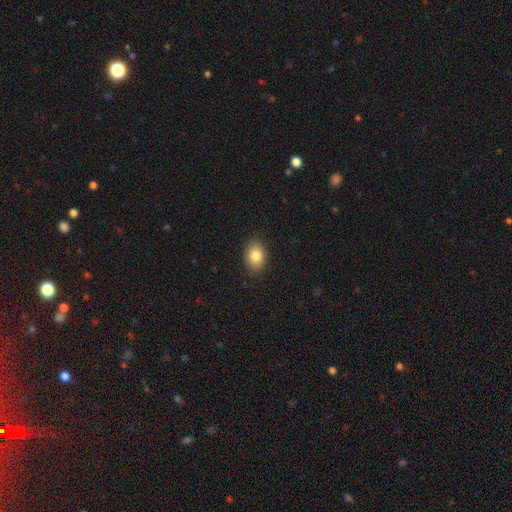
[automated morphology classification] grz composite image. It shows a smooth galaxy with no disk features (83%) that is in between round and cigar-shaped (72%). Merging: none (88%).